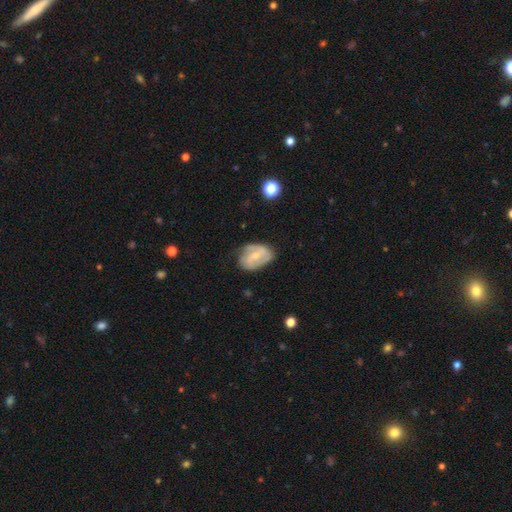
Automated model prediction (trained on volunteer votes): Smooth or featured? Predicted: featured or disk (p=0.64). Edge-on disk? Predicted: no (p=0.96). Bar? Predicted: weak (p=0.48). Spiral arms? Predicted: yes (p=0.82). Spiral winding? Predicted: medium (p=0.43). Spiral arm count? Predicted: 2 (p=0.69). Bulge size? Predicted: small (p=0.56). Merging? Predicted: none (p=0.62).